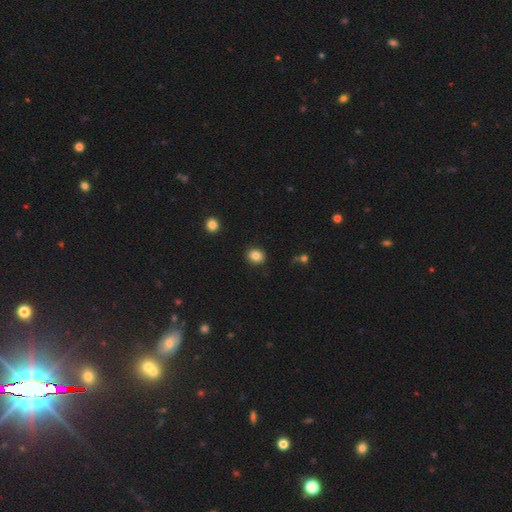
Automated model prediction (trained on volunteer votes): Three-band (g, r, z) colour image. It shows a smooth galaxy with no disk features (85%) that is round (68%). Merging: none (89%).